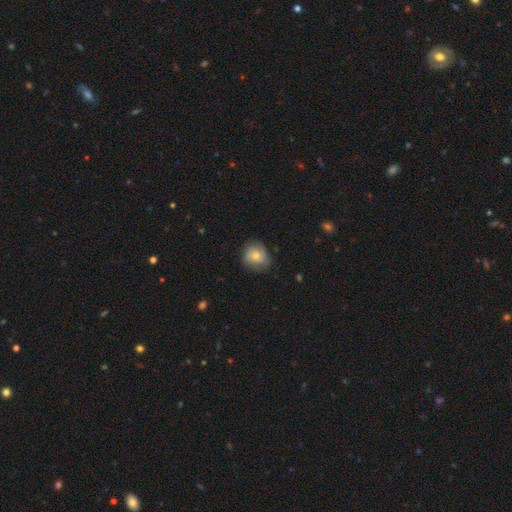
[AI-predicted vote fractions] A smooth galaxy with no disk features (66%) that is round (77%).

Vote fractions:
- Smooth or featured? smooth: 66% / featured or disk: 26% / star or artifact: 8%
- How rounded? round: 77% / in between: 22% / cigar-shaped: 1%
- Merging? none: 70% / minor disturbance: 23% / major disturbance: 6% / merger: 1%